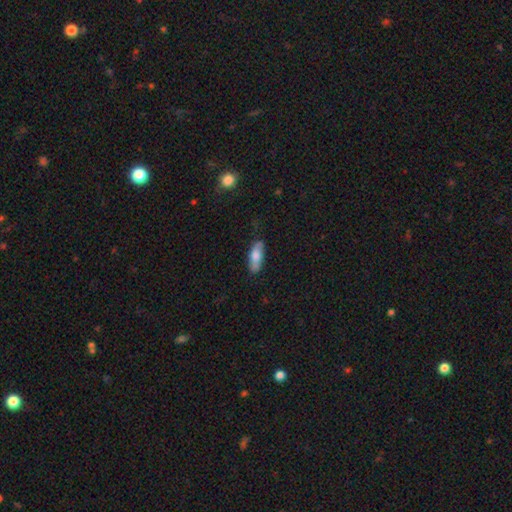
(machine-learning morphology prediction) A smooth galaxy with no disk features (71%) that is in between round and cigar-shaped (64%).

Vote fractions:
- Smooth or featured? smooth: 71% / featured or disk: 23% / star or artifact: 6%
- How rounded? in between: 64% / cigar-shaped: 34% / round: 2%
- Merging? none: 79% / minor disturbance: 17% / major disturbance: 3% / merger: 2%